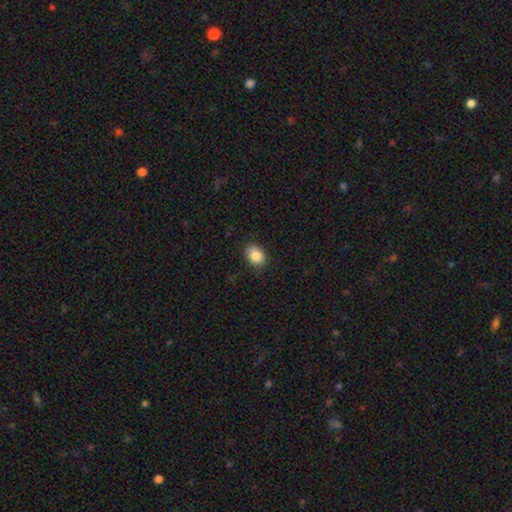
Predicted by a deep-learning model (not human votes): This is clearly a smooth galaxy (86%). How rounded: likely in between (70%). Merging: clearly none (82%).